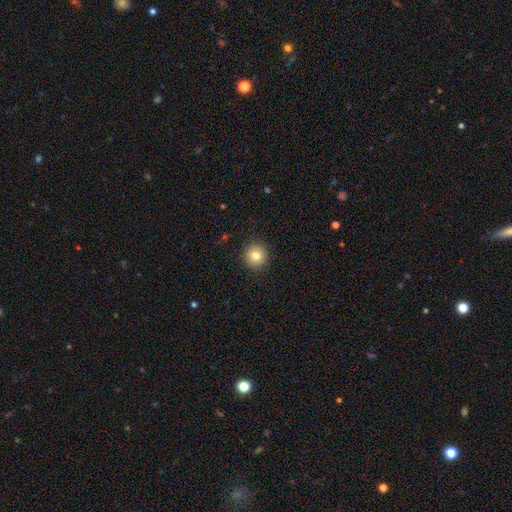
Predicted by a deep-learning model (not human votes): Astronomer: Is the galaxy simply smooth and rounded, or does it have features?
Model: smooth — 81%.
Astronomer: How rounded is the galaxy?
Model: round — 94%.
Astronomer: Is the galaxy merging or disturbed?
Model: none — 92%.